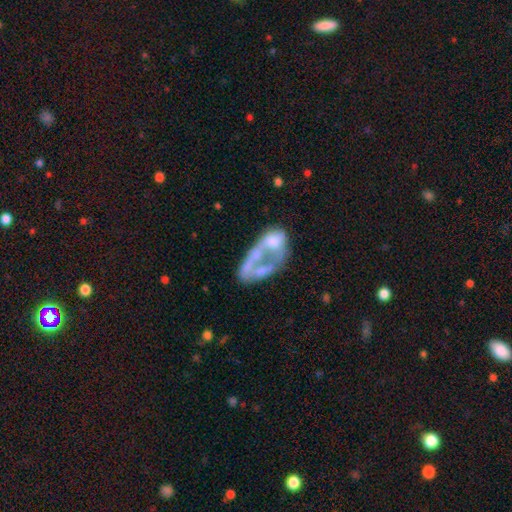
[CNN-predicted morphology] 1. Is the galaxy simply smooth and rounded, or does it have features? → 54% featured or disk, 36% smooth, 10% star or artifact.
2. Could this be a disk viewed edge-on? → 96% no, 4% yes.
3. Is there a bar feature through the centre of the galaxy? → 88% no, 8% weak, 4% strong.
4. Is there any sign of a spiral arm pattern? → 90% no, 10% yes.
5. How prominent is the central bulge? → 56% none, 21% moderate, 13% small, 7% large, 2% dominant.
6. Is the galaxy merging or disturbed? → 39% merger, 36% major disturbance, 15% none, 10% minor disturbance.